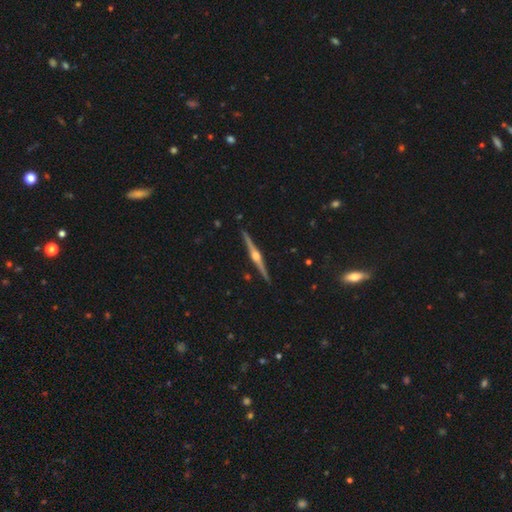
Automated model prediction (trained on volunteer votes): Morphology: type=featured or disk (88%); edge-on=yes (99%); edge-on bulge=rounded (92%); merging=none (93%).